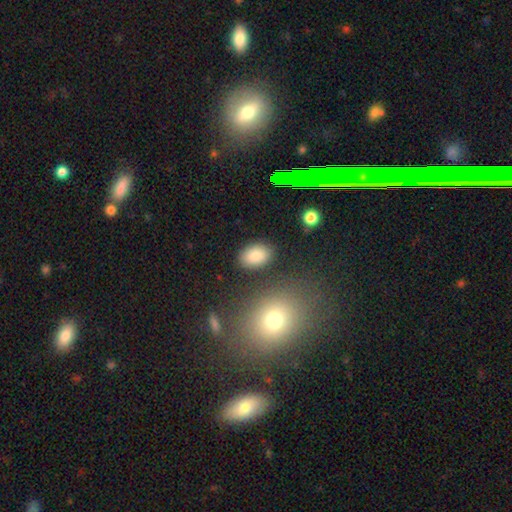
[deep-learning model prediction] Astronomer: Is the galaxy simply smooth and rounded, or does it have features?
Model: smooth — 85%.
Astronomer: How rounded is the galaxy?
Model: in between — 87%.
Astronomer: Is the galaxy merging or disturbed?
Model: none — 84%.